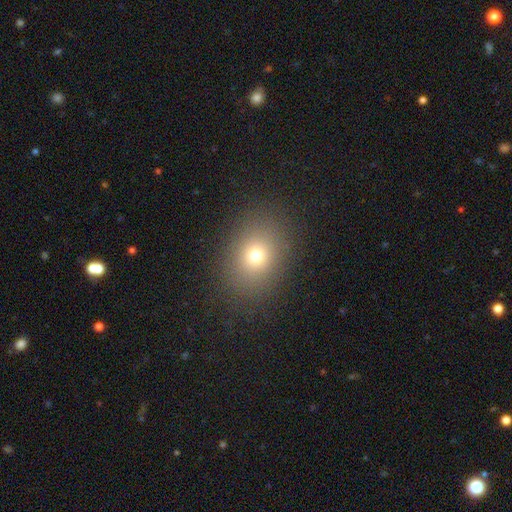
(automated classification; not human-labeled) Morphology: type=smooth (72%); roundness=in between (51%); merging=none (86%).